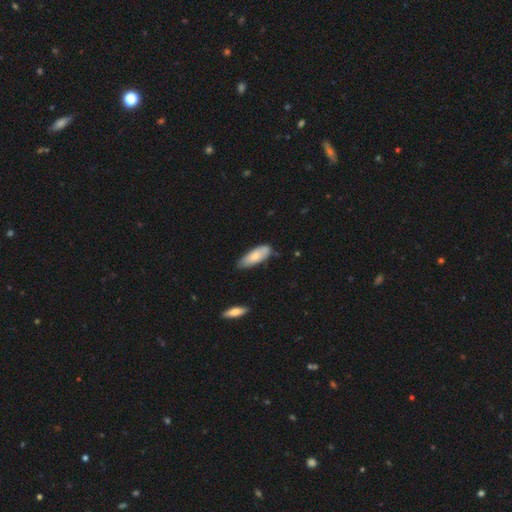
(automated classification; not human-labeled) A smooth galaxy with no disk features (75%) that is in between round and cigar-shaped (69%).

Vote fractions:
- Smooth or featured? smooth: 75% / featured or disk: 20% / star or artifact: 6%
- How rounded? in between: 69% / cigar-shaped: 29% / round: 2%
- Merging? none: 69% / minor disturbance: 25% / major disturbance: 3% / merger: 3%